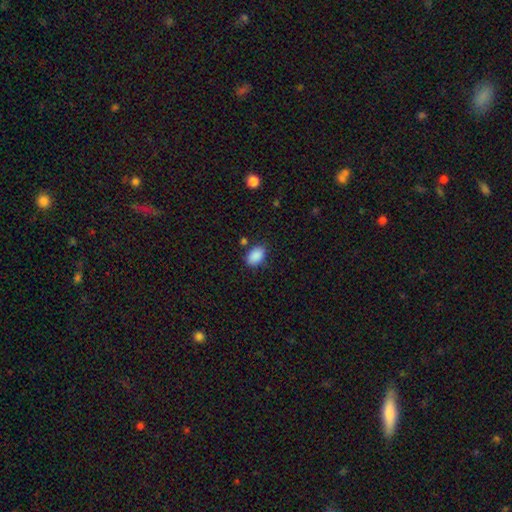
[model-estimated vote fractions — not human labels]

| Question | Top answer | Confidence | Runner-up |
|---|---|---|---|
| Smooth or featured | smooth | 89% | star or artifact (8%) |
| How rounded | in between | 86% | round (13%) |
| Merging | none | 79% | minor disturbance (14%) |